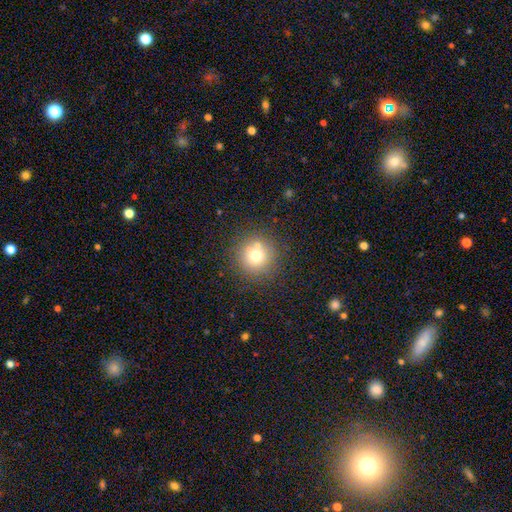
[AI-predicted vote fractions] A smooth galaxy with no disk features (71%) that is round (94%). Merging: none (75%).